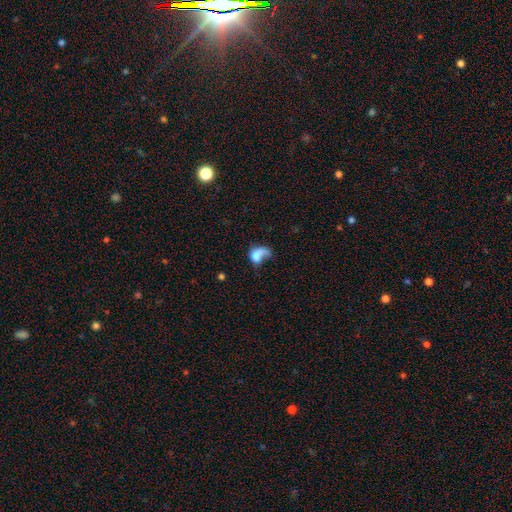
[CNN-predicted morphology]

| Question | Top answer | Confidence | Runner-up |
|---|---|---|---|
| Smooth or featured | smooth | 58% | featured or disk (32%) |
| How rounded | in between | 68% | round (30%) |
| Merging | major disturbance | 47% | none (21%) |